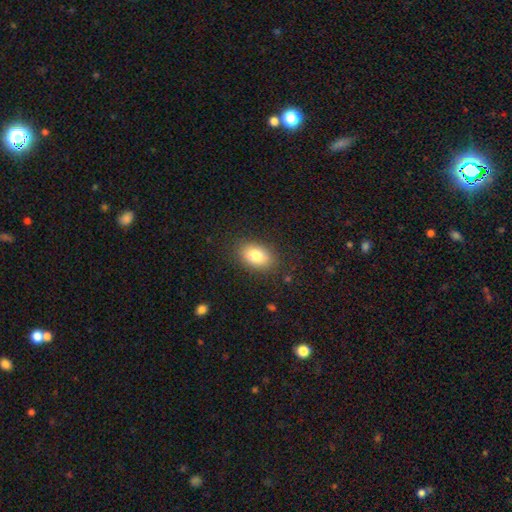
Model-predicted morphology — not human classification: This is clearly a smooth galaxy (83%). How rounded: clearly in between (84%). Merging: clearly none (85%).